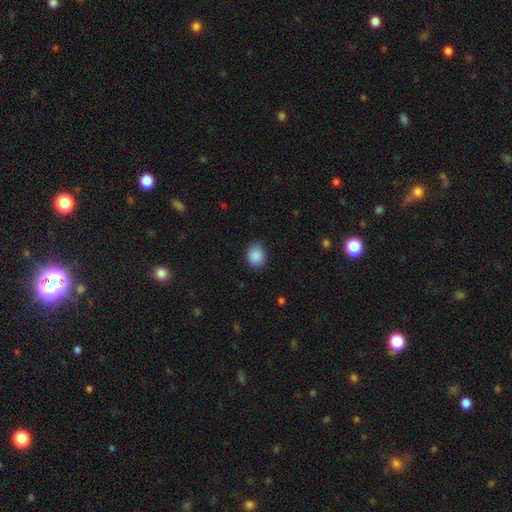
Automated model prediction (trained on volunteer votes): The model was most divided on "how rounded": in between: 52%, round: 47%, cigar-shaped: 1%. More confident: smooth or featured — smooth (89%); merging — none (82%).